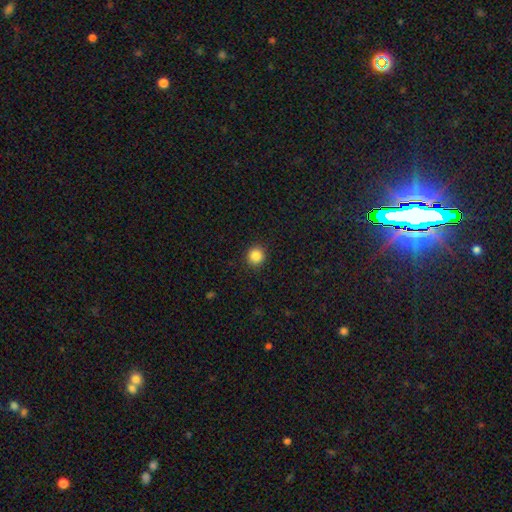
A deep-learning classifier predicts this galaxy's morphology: This is clearly a smooth galaxy (86%). How rounded: clearly round (91%). Merging: clearly none (91%).